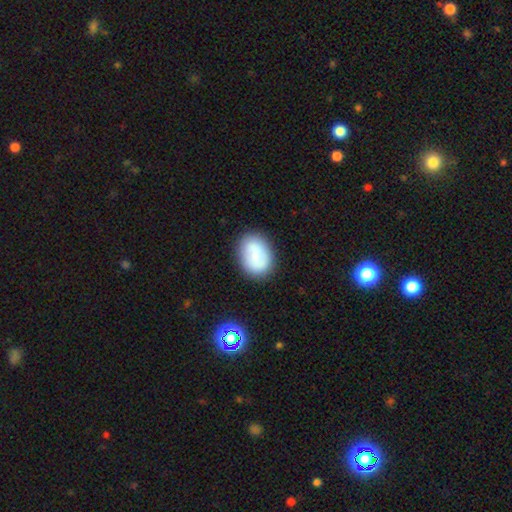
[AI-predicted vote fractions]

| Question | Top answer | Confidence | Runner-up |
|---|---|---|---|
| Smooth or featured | smooth | 69% | featured or disk (22%) |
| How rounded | in between | 69% | round (30%) |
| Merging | none | 79% | minor disturbance (13%) |